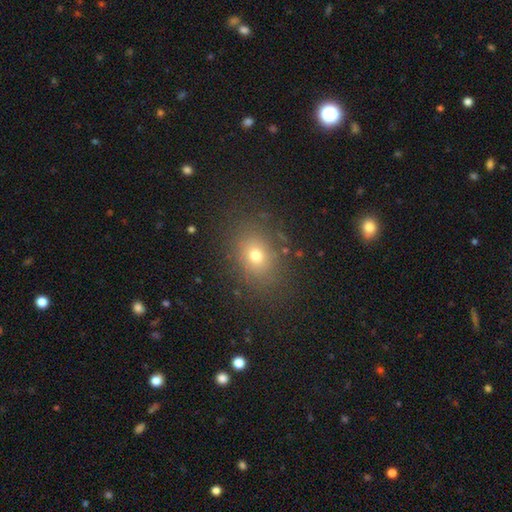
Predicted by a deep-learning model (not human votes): smooth 71%, star or artifact 17%, featured or disk 12%. Down the decision tree: how rounded — in between (55%); merging — none (83%).